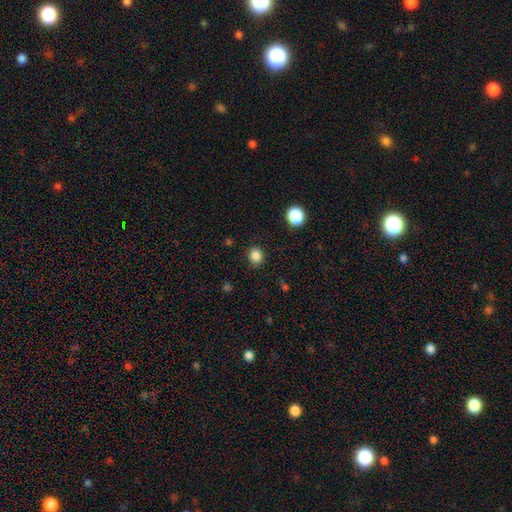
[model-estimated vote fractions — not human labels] Smooth or featured? smooth (84%)
How rounded? round (79%)
Merging? none (88%)